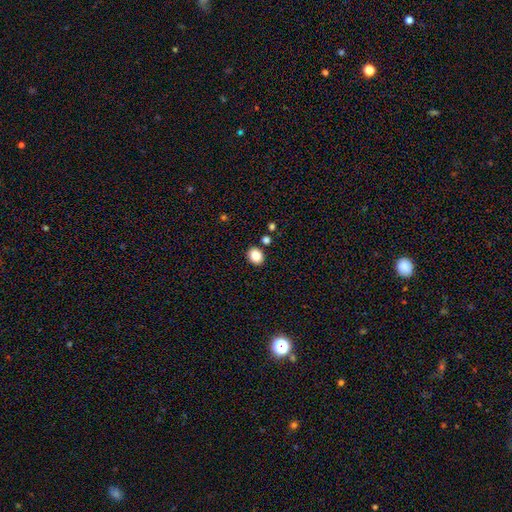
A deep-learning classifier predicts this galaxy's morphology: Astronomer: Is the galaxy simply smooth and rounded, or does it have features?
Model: smooth — 85%.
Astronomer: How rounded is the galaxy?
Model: round — 61% (runner-up: in between, 39%).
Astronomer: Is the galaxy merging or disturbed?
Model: none — 88%.